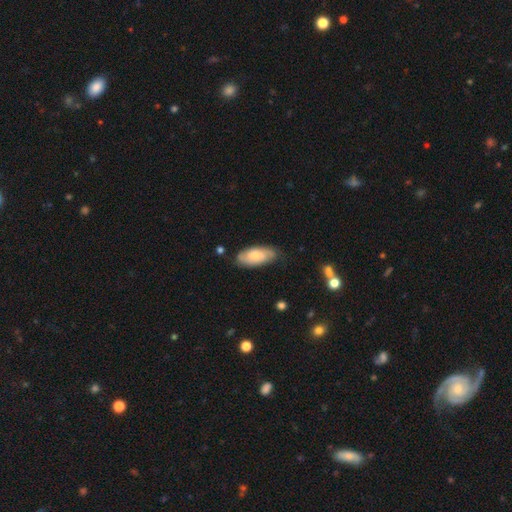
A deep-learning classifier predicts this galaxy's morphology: A smooth galaxy with no disk features (59%) that is in between round and cigar-shaped (85%).

Vote fractions:
- Smooth or featured? smooth: 59% / featured or disk: 35% / star or artifact: 6%
- How rounded? in between: 85% / cigar-shaped: 13% / round: 2%
- Merging? none: 75% / minor disturbance: 19% / major disturbance: 4% / merger: 2%